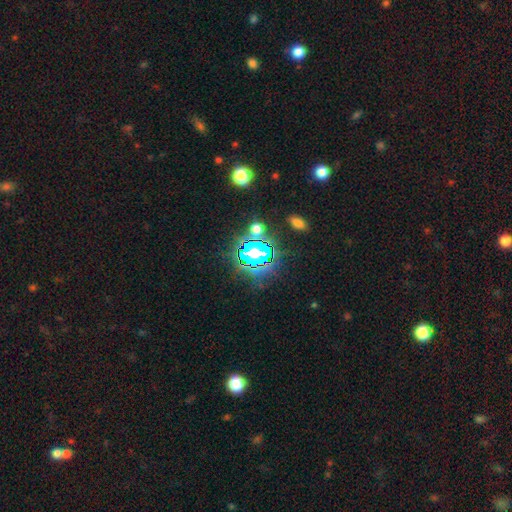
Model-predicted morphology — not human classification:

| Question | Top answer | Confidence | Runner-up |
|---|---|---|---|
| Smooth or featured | star or artifact | 79% | smooth (14%) |